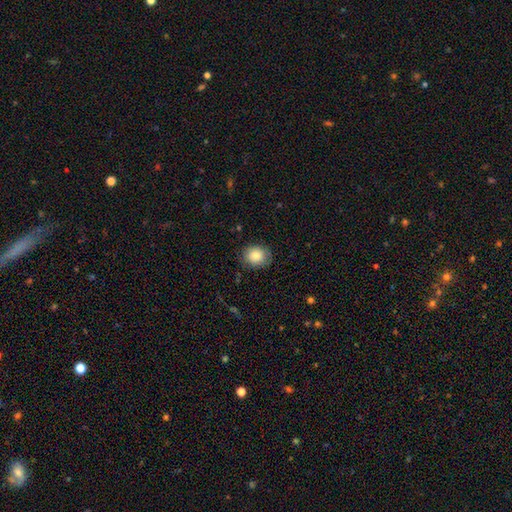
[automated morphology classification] type=smooth (84%); roundness=round (69%); merging=none (81%).